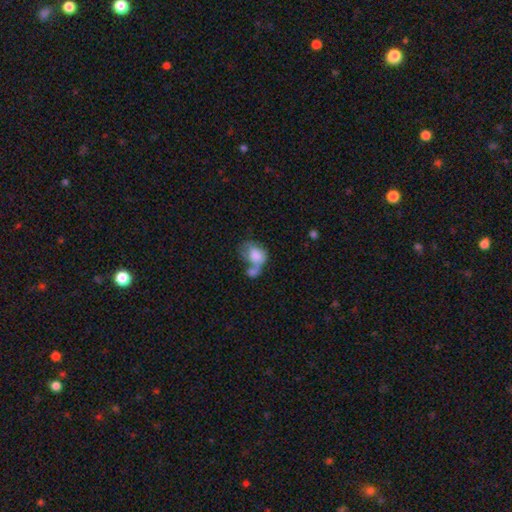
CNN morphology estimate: Smooth or featured? Predicted: smooth (p=0.71). How rounded? Predicted: in between (p=0.75). Merging? Predicted: merger (p=0.53).